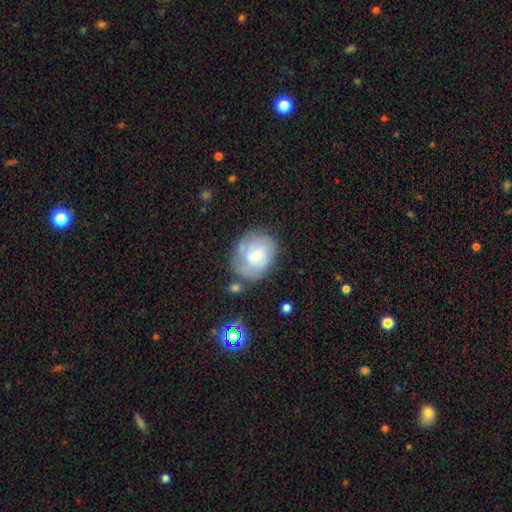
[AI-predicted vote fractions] Morphology: type=smooth (47%); merging=none (56%).